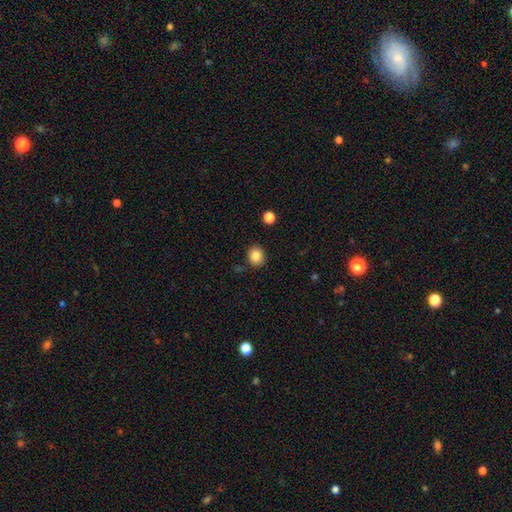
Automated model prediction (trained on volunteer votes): smooth 84%, star or artifact 10%, featured or disk 5%. Down the decision tree: how rounded — round (73%); merging — none (87%).